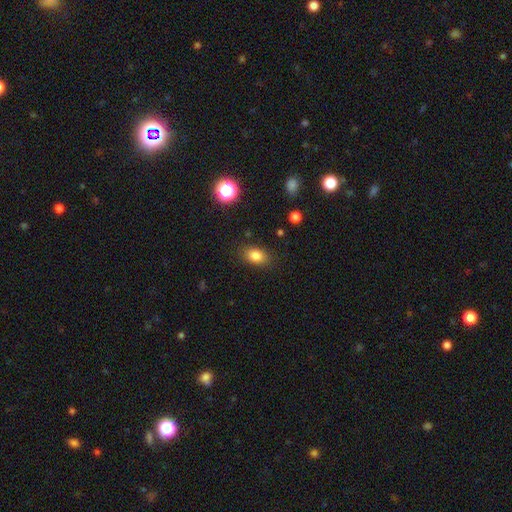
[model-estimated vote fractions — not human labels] Smooth or featured: smooth — 82% (star or artifact — 11%)
How rounded: in between — 80% (round — 18%)
Merging: none — 85% (minor disturbance — 11%)